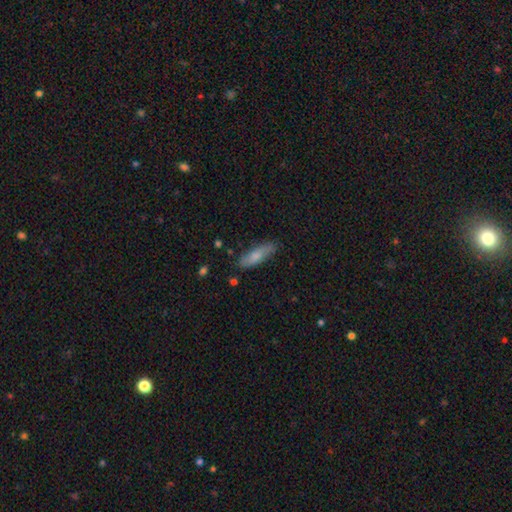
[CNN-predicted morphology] smooth 75%, featured or disk 19%, star or artifact 6%. Down the decision tree: how rounded — cigar-shaped (57%); merging — none (80%).